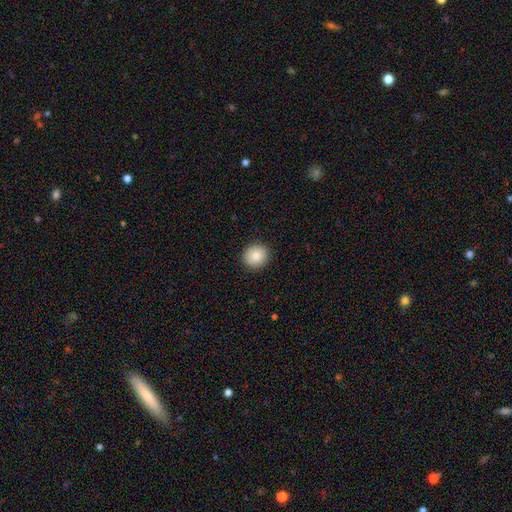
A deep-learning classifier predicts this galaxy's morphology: Overall: smooth (84%). How rounded: round (90%). Merging: none (92%).